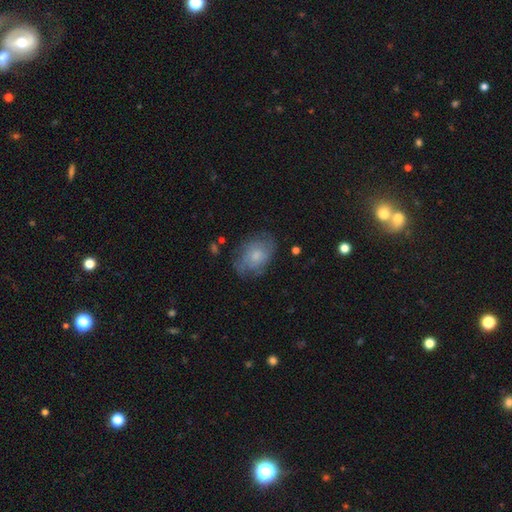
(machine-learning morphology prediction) This appears to be a smooth galaxy with no disk features (53%) that is in between round and cigar-shaped (77%). Merging: none (65%).